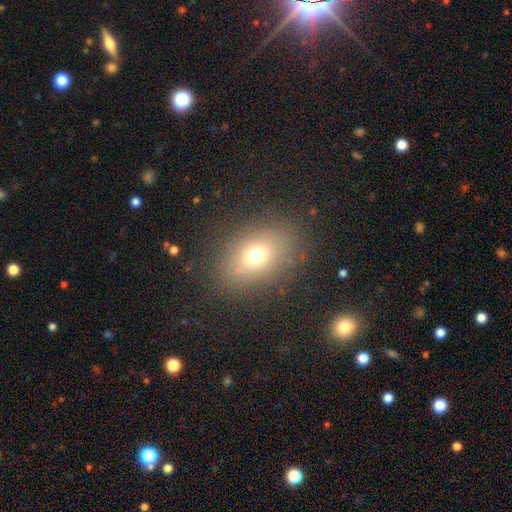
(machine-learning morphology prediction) Overall: smooth (69%). How rounded: in between (68%; round 31%). Merging: none (83%).